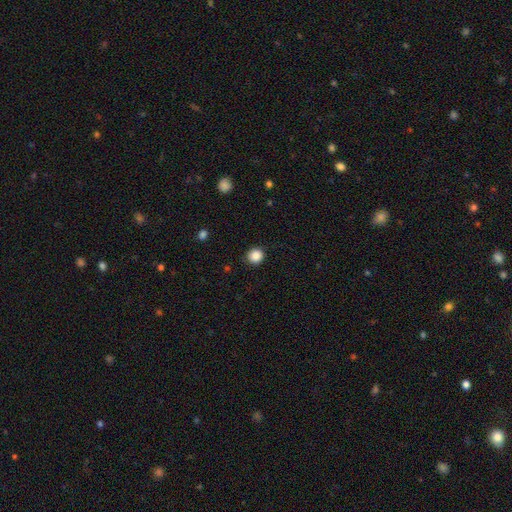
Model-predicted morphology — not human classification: Overall: smooth (87%). How rounded: round (92%). Merging: none (89%).